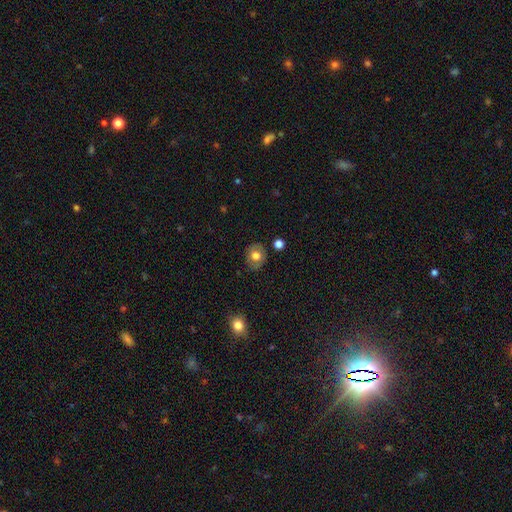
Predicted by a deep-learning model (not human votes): This is likely a smooth galaxy (64%). How rounded: likely round (62%). Merging: clearly none (82%).